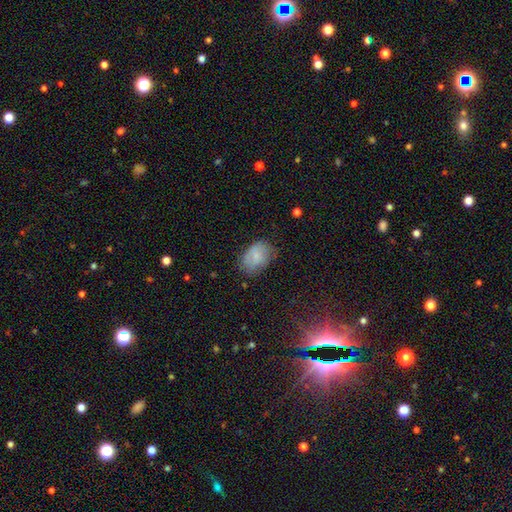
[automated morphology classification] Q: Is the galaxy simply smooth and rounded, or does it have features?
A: smooth — 75%.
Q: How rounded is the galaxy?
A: in between — 85%.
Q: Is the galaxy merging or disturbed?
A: none — 62%.